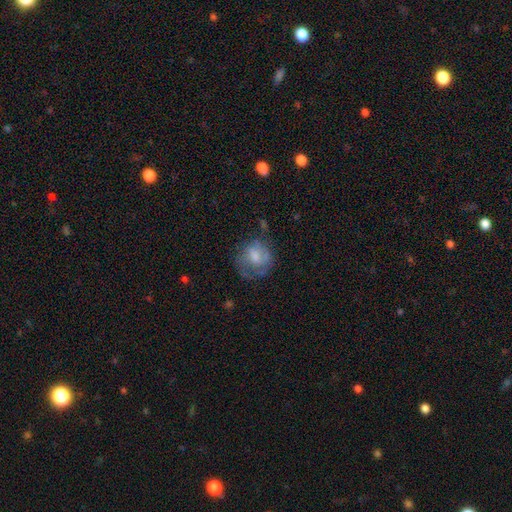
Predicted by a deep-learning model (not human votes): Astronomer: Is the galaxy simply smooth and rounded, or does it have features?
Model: smooth — 55% (runner-up: featured or disk, 37%).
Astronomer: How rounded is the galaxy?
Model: round — 73%.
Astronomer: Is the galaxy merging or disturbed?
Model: none — 47% (runner-up: minor disturbance, 27%).